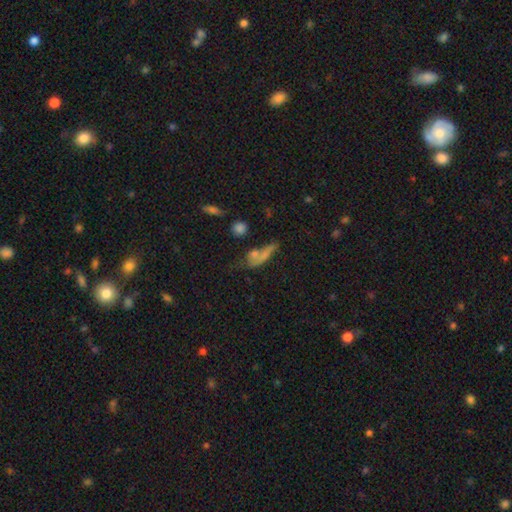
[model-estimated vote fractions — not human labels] This appears to be a smooth galaxy with no disk features (54%) that is cigar-shaped (44%). Merging: none (42%).